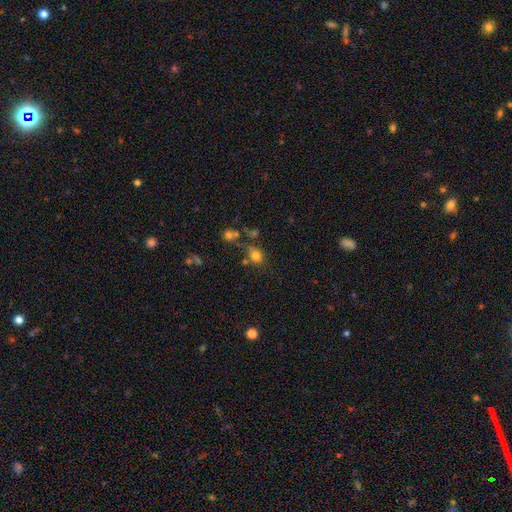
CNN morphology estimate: This appears to be a smooth galaxy with no disk features (75%) that is round (63%). Merging: none (52%).